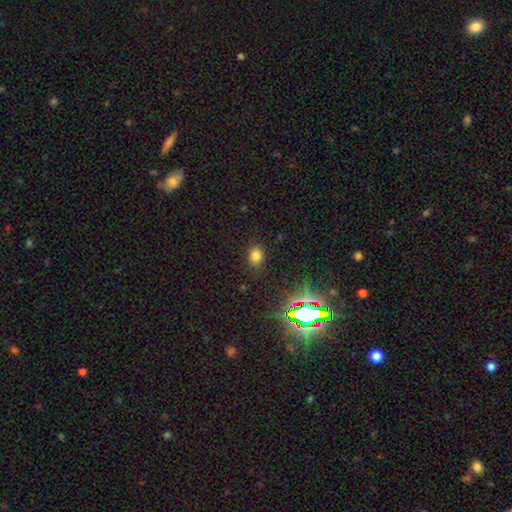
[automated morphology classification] type=smooth (74%); roundness=round (51%); merging=none (85%).